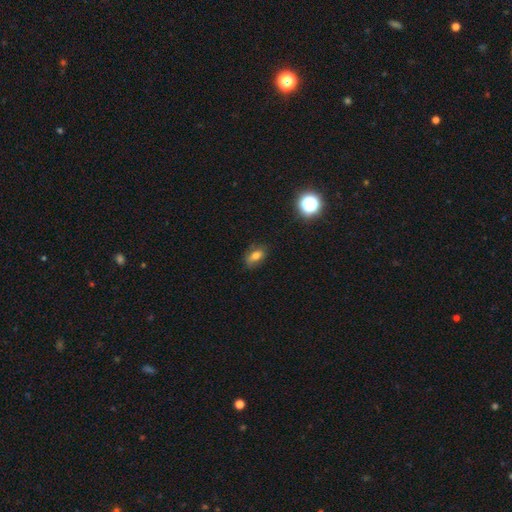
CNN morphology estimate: This appears to be a smooth galaxy with no disk features (75%) that is in between round and cigar-shaped (84%). Merging: none (77%).